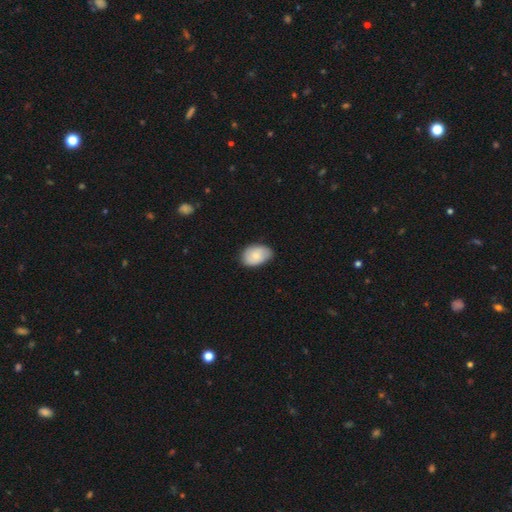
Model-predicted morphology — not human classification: A smooth galaxy with no disk features (76%) that is in between round and cigar-shaped (85%).

Vote fractions:
- Smooth or featured? smooth: 76% / featured or disk: 18% / star or artifact: 6%
- How rounded? in between: 85% / round: 14% / cigar-shaped: 1%
- Merging? none: 76% / minor disturbance: 20% / major disturbance: 3% / merger: 1%